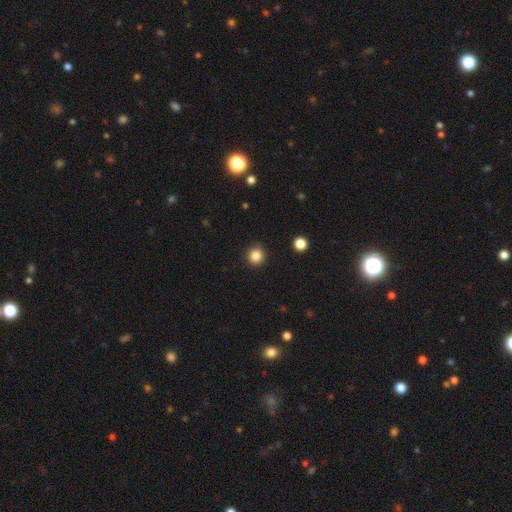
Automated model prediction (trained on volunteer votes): Smooth or featured: smooth — 85% (star or artifact — 12%)
How rounded: round — 95% (in between — 4%)
Merging: none — 91% (minor disturbance — 6%)